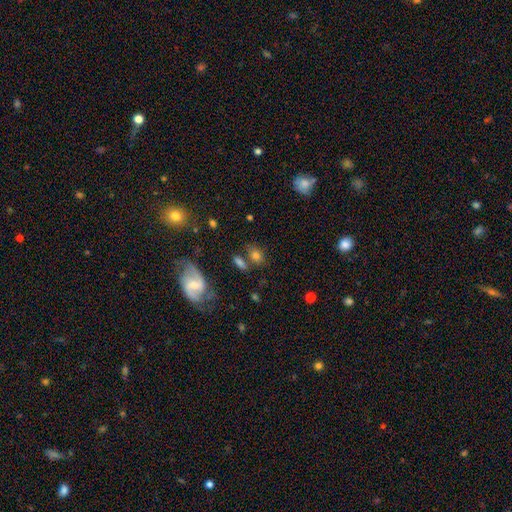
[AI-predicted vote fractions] This is likely a smooth galaxy (73%). How rounded: likely in between (64%). Merging: likely none (66%).